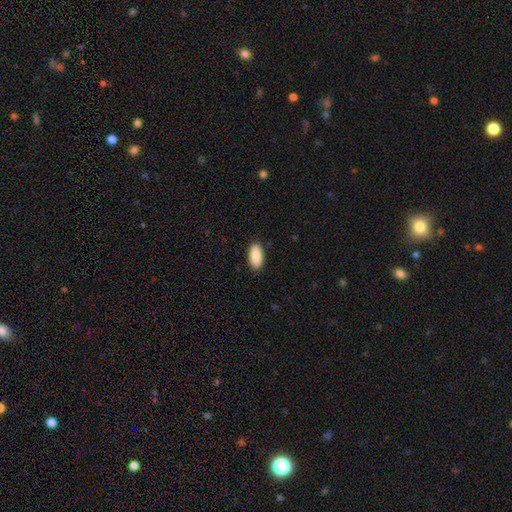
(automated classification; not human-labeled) Morphology: type=smooth (90%); roundness=in between (93%); merging=none (89%).